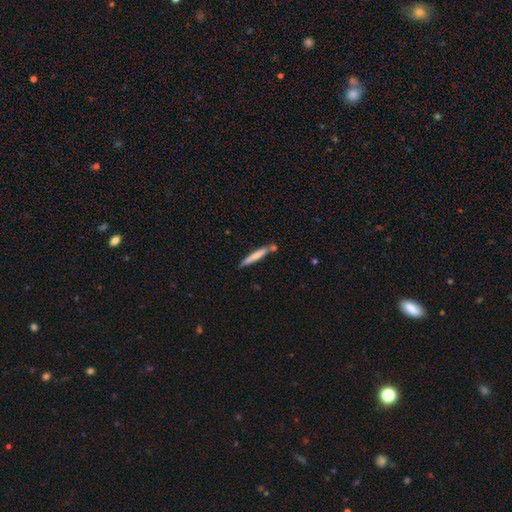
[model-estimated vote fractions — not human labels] Smooth or featured? smooth (63%)
How rounded? cigar-shaped (95%)
Merging? none (72%)